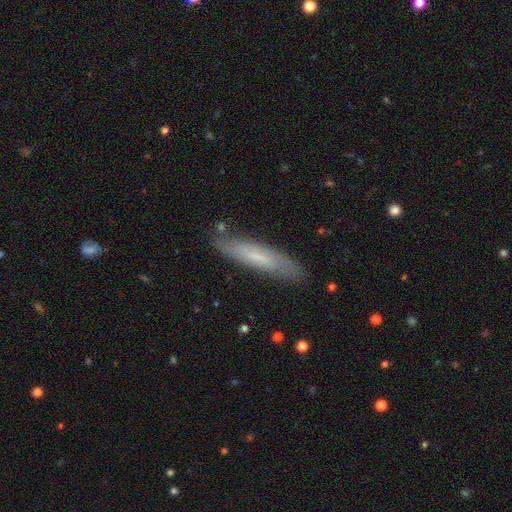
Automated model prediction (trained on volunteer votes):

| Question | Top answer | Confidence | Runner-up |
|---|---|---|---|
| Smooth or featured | featured or disk | 45% | tied: smooth (45%) |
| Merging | none | 82% | minor disturbance (14%) |